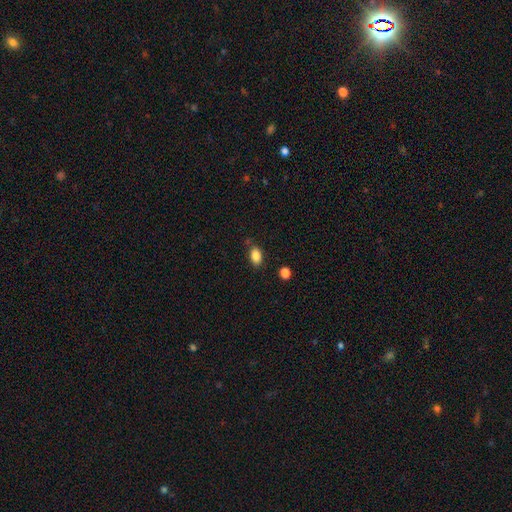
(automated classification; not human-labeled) Smooth or featured? smooth (86%)
How rounded? in between (88%)
Merging? none (78%)